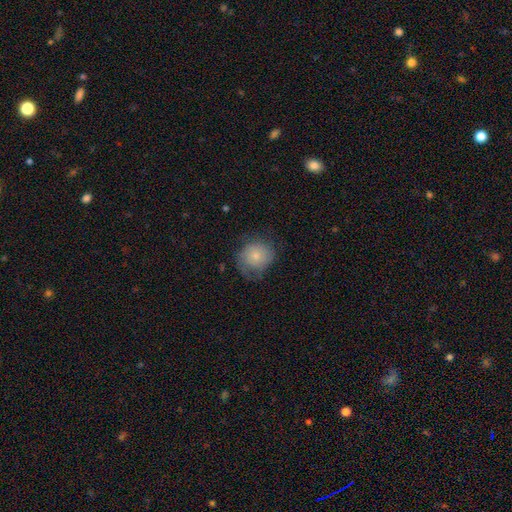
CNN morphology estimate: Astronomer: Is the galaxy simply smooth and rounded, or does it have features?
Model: smooth — 71%.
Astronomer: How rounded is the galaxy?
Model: round — 79%.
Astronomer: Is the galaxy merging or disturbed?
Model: none — 54%.